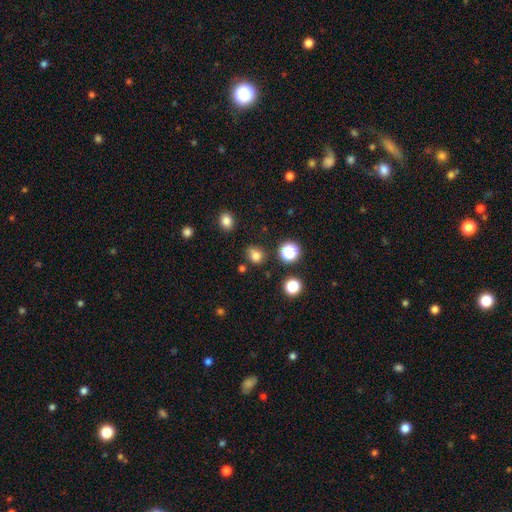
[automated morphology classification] smooth 78%, star or artifact 17%, featured or disk 6%. Down the decision tree: how rounded — round (59%); merging — none (72%).